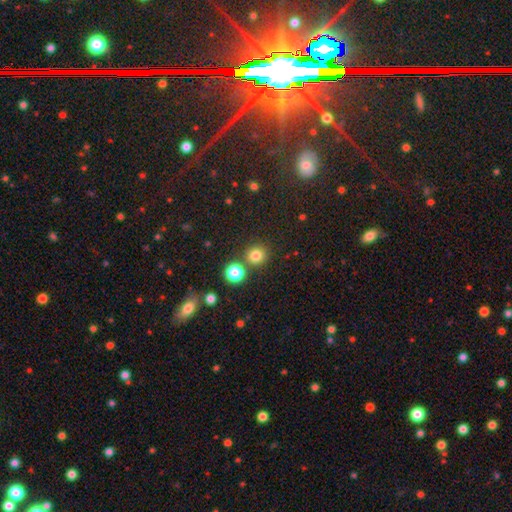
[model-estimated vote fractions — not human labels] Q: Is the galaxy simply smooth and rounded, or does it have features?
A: smooth — 78%.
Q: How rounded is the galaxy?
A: round — 90%.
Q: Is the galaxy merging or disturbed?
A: none — 80%.